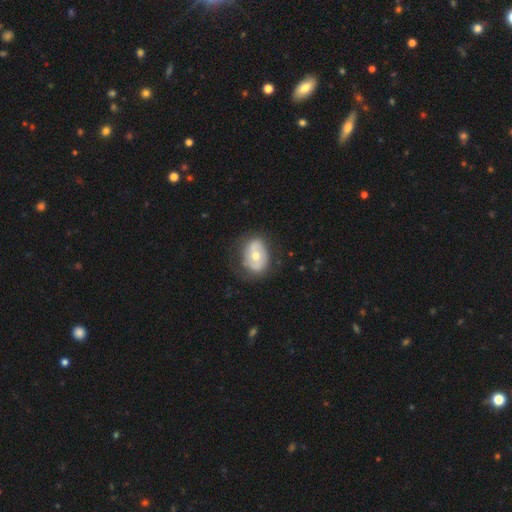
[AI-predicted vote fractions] Smooth or featured? featured or disk (48%)
Merging? none (67%)